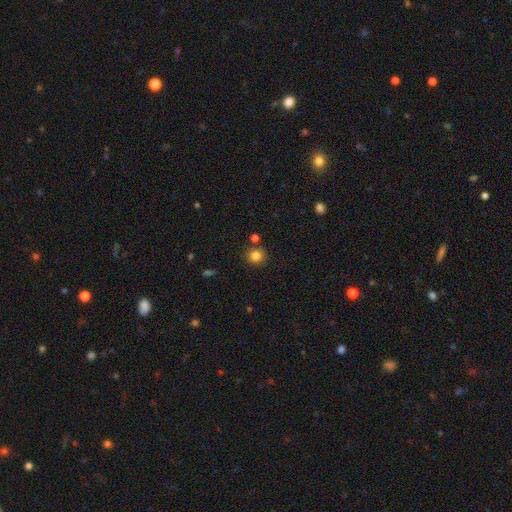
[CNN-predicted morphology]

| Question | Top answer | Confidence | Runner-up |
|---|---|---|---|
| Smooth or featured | smooth | 83% | star or artifact (12%) |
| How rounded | round | 89% | in between (10%) |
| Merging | none | 83% | minor disturbance (8%) |